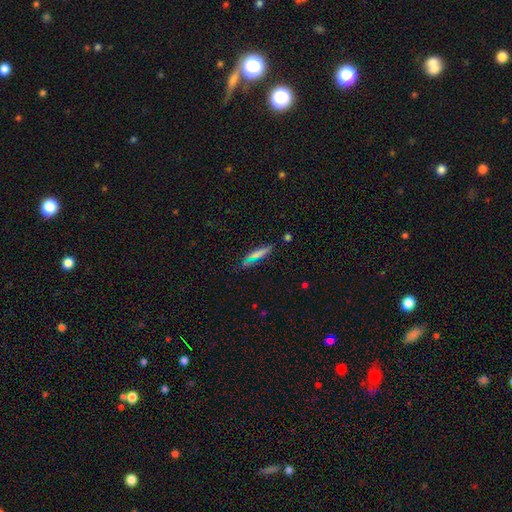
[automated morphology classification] Smooth or featured: smooth — 65% (featured or disk — 22%)
How rounded: cigar-shaped — 81% (in between — 16%)
Merging: none — 73% (minor disturbance — 17%)